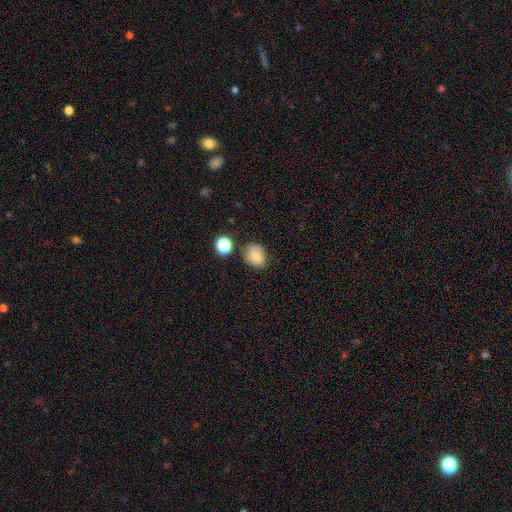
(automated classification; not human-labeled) smooth-or-featured: smooth: 78% | star or artifact: 11% | featured or disk: 11%
  how-rounded: round: 54% | in between: 45% | cigar-shaped: 1%
  merging: none: 72% | minor disturbance: 18% | merger: 5% | major disturbance: 4%